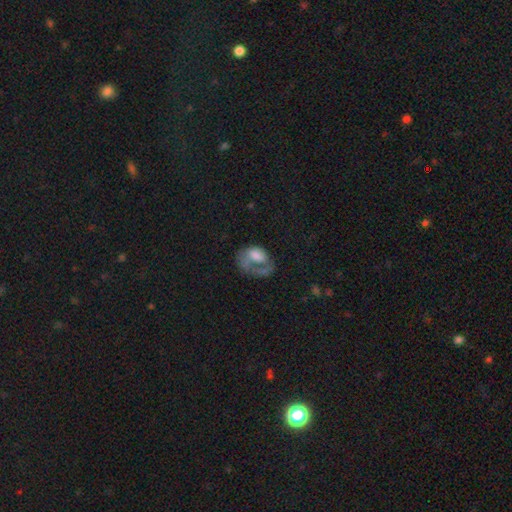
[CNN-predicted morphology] Overall: featured or disk (48%; smooth 44%). Merging: major disturbance (51%; none 26%).